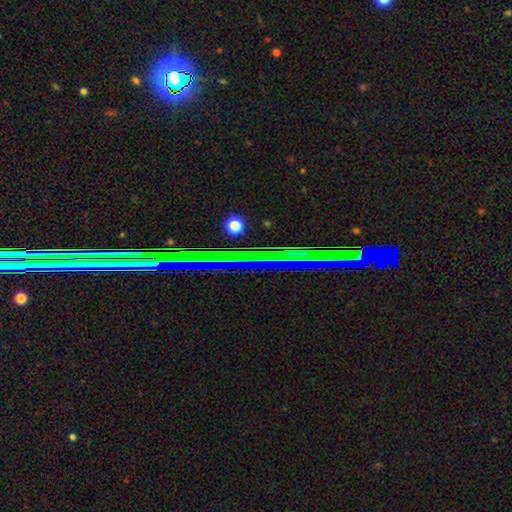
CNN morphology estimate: This appears to be a star or artifact, not a galaxy (71%).